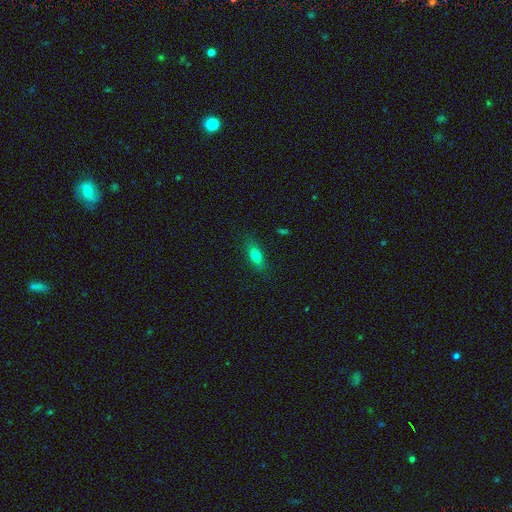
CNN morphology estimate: Smooth or featured?
  - smooth: 74% *
  - featured or disk: 17%
  - star or artifact: 9%
How rounded?
  - in between: 69% *
  - cigar-shaped: 27%
  - round: 4%
Merging?
  - none: 83% *
  - minor disturbance: 13%
  - major disturbance: 3%
  - merger: 1%